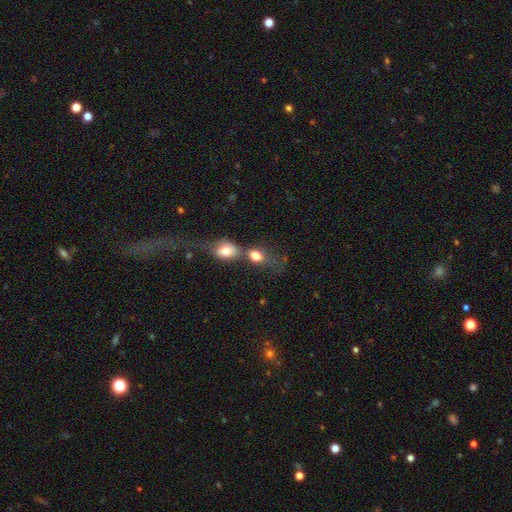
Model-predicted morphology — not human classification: Smooth or featured? Predicted: smooth (p=0.77). How rounded? Predicted: in between (p=0.68). Merging? Predicted: merger (p=0.57).